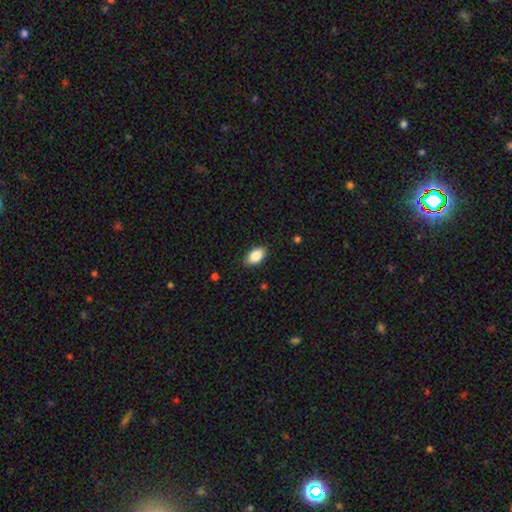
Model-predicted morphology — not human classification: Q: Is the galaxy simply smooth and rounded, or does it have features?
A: smooth — 84%.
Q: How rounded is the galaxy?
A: in between — 91%.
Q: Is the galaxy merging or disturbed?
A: none — 86%.